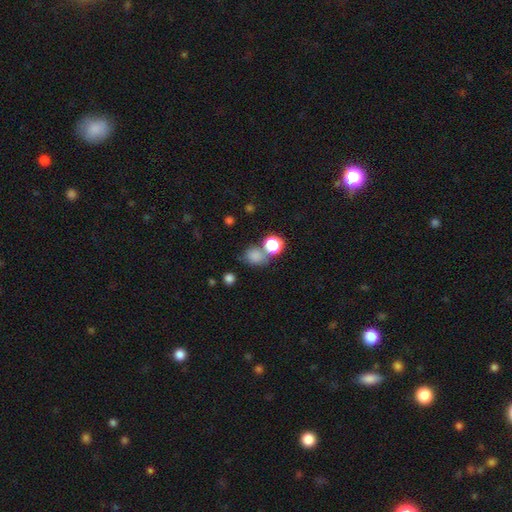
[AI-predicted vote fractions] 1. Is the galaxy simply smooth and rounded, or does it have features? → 77% smooth, 17% star or artifact, 6% featured or disk.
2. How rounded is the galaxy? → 69% round, 30% in between, 1% cigar-shaped.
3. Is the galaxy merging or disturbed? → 57% none, 24% merger, 13% minor disturbance, 6% major disturbance.